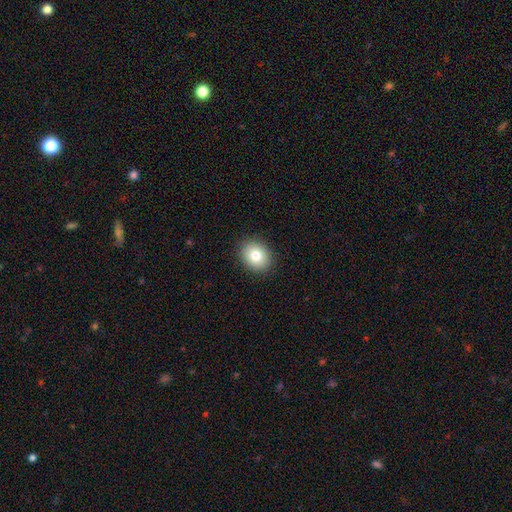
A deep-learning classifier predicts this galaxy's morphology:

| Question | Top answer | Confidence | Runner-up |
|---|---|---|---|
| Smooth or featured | smooth | 81% | featured or disk (10%) |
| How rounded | round | 53% | in between (46%) |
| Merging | none | 90% | minor disturbance (7%) |